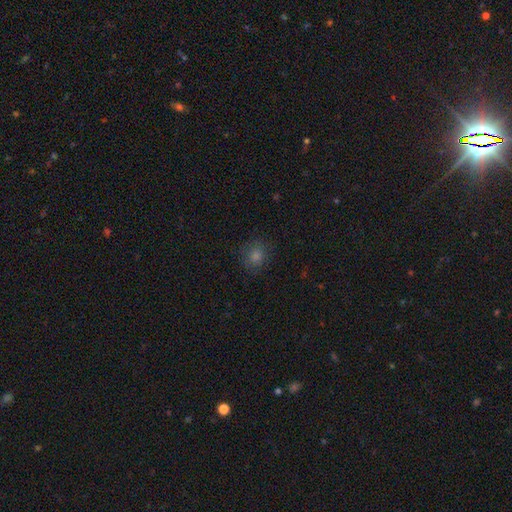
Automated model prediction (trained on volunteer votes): Q: Smooth or featured?
A: smooth (68%); runner-up: star or artifact (24%)
Q: How rounded?
A: round (79%); runner-up: in between (19%)
Q: Merging?
A: none (86%); runner-up: minor disturbance (10%)